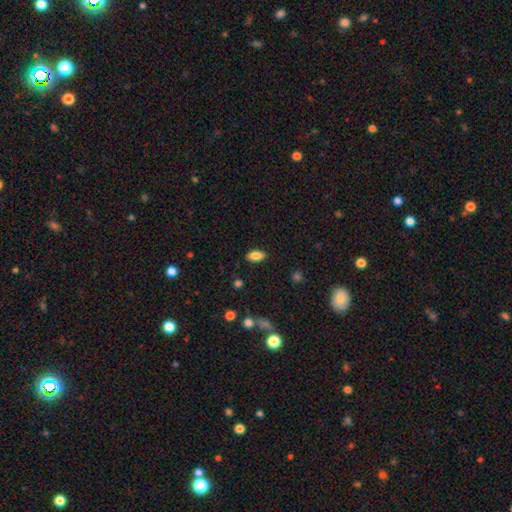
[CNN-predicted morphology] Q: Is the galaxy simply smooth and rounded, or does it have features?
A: smooth — 82%.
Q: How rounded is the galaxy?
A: in between — 90%.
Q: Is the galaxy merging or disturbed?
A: none — 87%.